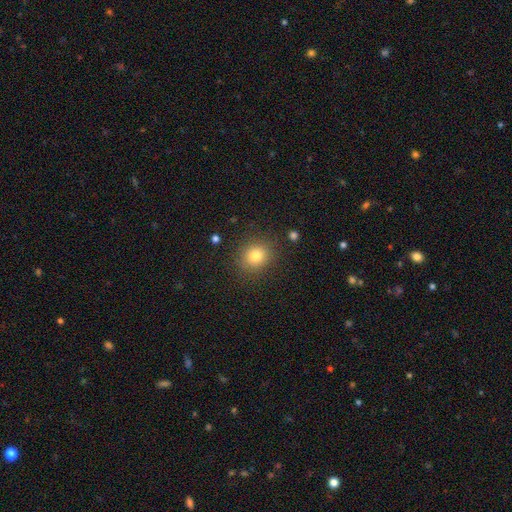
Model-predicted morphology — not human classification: This is likely a smooth galaxy (79%). How rounded: likely round (79%). Merging: clearly none (87%).